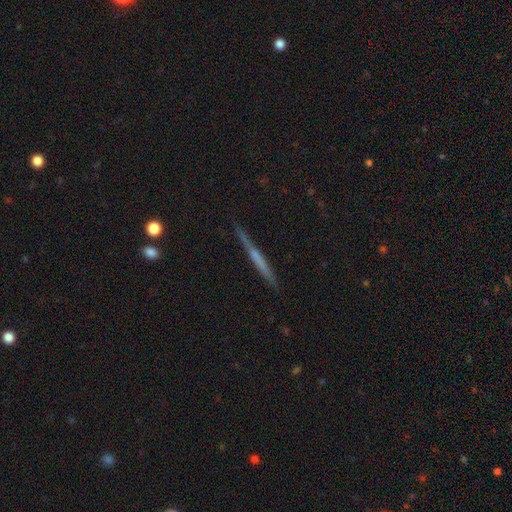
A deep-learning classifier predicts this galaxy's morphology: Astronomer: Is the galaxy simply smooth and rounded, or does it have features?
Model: featured or disk — 61%.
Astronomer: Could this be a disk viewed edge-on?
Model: yes — 97%.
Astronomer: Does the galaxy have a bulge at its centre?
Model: none — 63%.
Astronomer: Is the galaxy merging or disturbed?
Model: none — 90%.